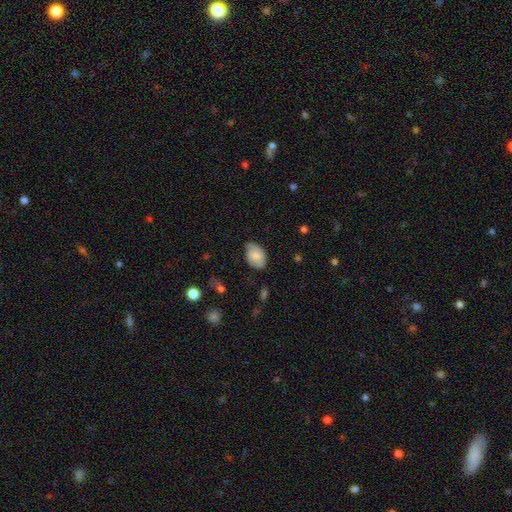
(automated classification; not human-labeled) Overall: smooth (69%). How rounded: in between (87%). Merging: none (66%; minor disturbance 26%).